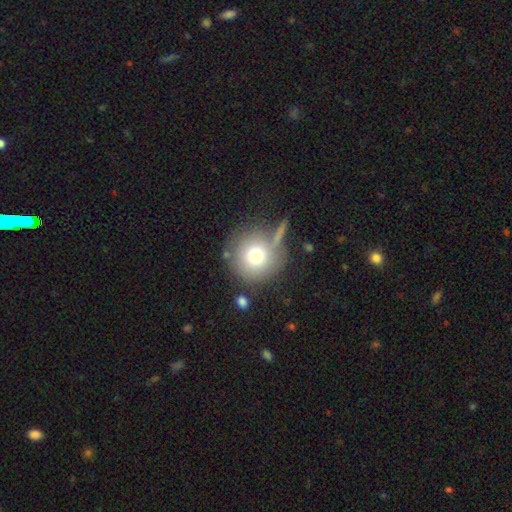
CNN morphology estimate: A smooth galaxy with no disk features (74%) that is round (94%).

Vote fractions:
- Smooth or featured? smooth: 74% / featured or disk: 15% / star or artifact: 11%
- How rounded? round: 94% / in between: 5% / cigar-shaped: 1%
- Merging? none: 71% / minor disturbance: 12% / merger: 10% / major disturbance: 6%